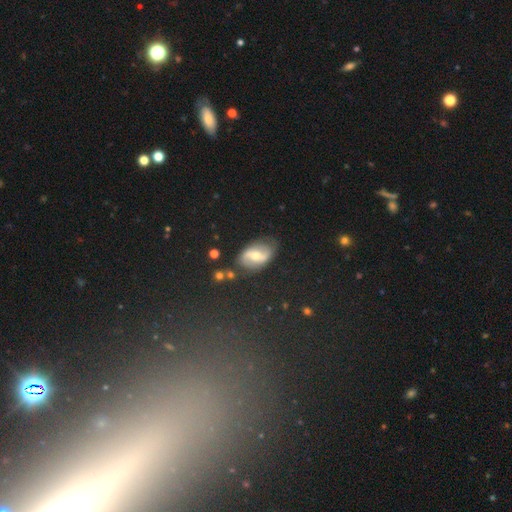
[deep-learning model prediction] A featured or disk galaxy (67%) with a weak bar (46%), 2 (89%) loose (53%) spiral arms (83%) and a moderate central bulge (63%).

Vote fractions:
- Smooth or featured? featured or disk: 67% / smooth: 24% / star or artifact: 9%
- Edge-on disk? no: 95% / yes: 5%
- Bar? weak: 46% / strong: 29% / no: 25%
- Spiral arms? yes: 83% / no: 17%
- Spiral winding? loose: 53% / medium: 33% / tight: 14%
- Spiral arm count? 2: 89% / can't tell: 6% / 1: 2% / 3: 1% / 4: 1% / more than 4: 1%
- Bulge size? moderate: 63% / small: 29% / large: 5% / none: 2% / dominant: 1%
- Merging? none: 76% / minor disturbance: 16% / major disturbance: 5% / merger: 3%